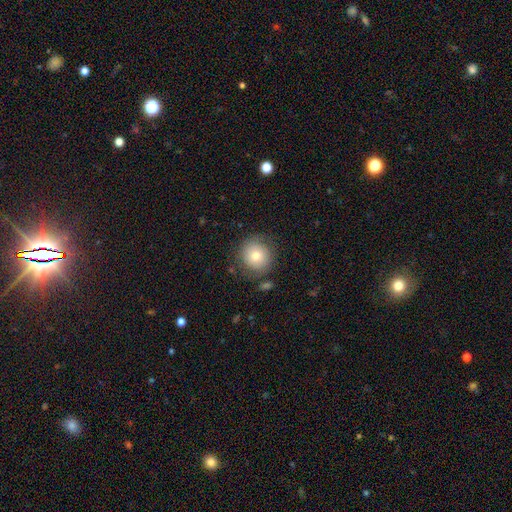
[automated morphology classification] Smooth or featured? Predicted: smooth (p=0.74). How rounded? Predicted: round (p=0.90). Merging? Predicted: none (p=0.77).